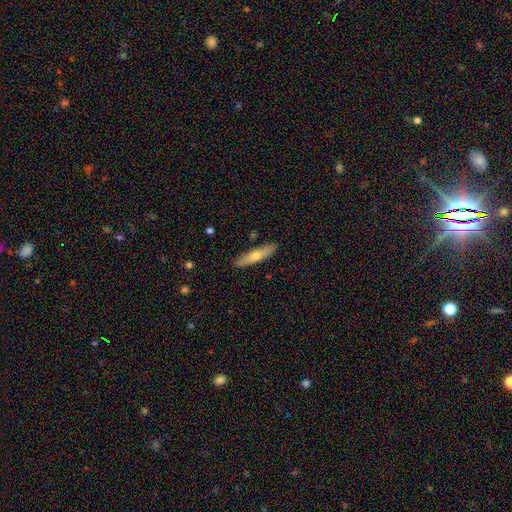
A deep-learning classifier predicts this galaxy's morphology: Smooth or featured: smooth — 56% (featured or disk — 38%)
How rounded: cigar-shaped — 81% (in between — 17%)
Merging: none — 88% (minor disturbance — 9%)